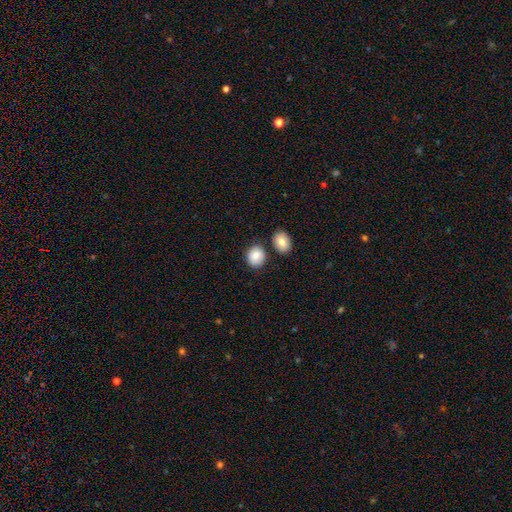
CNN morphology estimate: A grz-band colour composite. It shows a smooth galaxy with no disk features (86%) that is round (64%). Merging: none (74%).